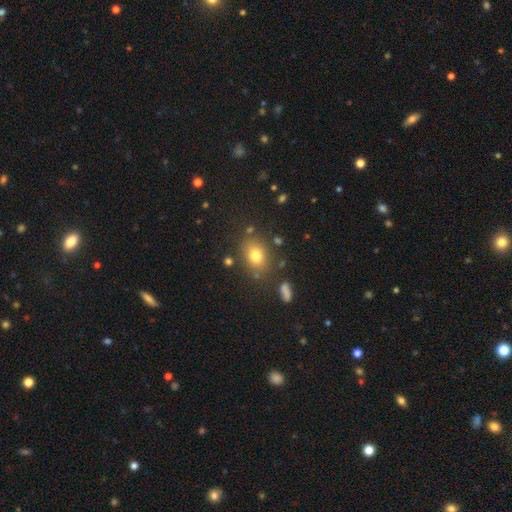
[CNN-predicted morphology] A smooth galaxy with no disk features (77%) that is in between round and cigar-shaped (65%). Merging: none (78%).